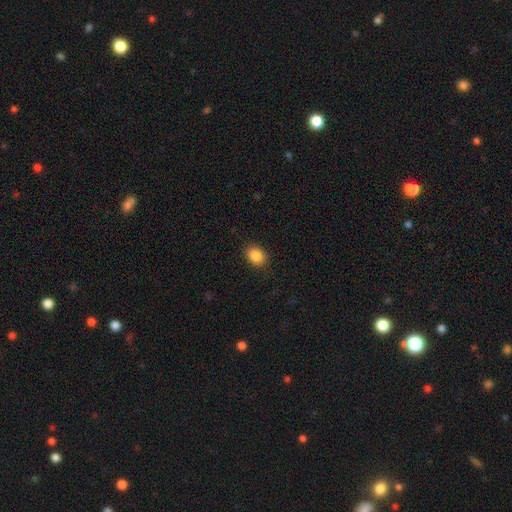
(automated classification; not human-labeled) Overall: smooth (88%). How rounded: in between (58%; round 41%). Merging: none (87%).